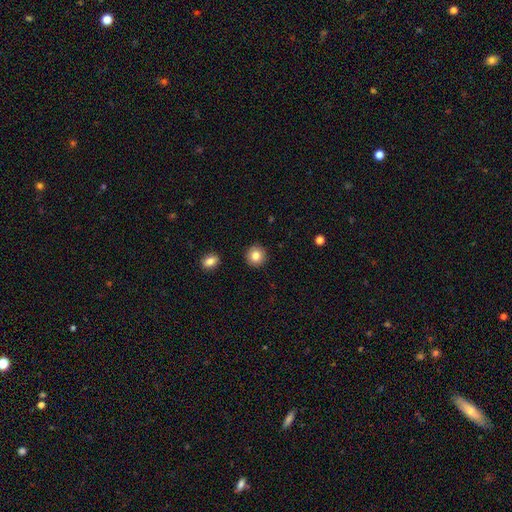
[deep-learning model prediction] smooth 83%, star or artifact 10%, featured or disk 7%. Down the decision tree: how rounded — round (94%); merging — none (92%).